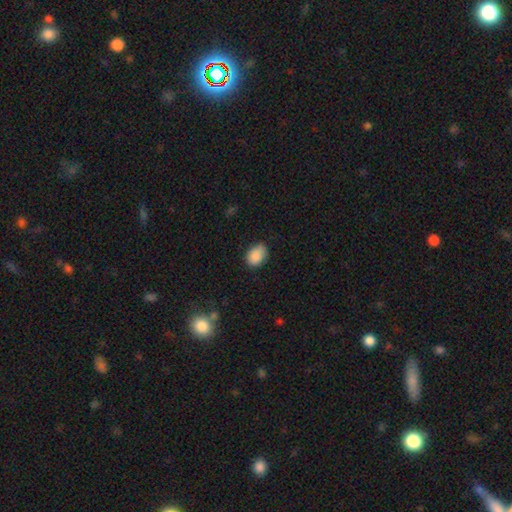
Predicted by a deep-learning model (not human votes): Smooth or featured?
  - smooth: 87% *
  - star or artifact: 8%
  - featured or disk: 5%
How rounded?
  - in between: 74% *
  - round: 25%
  - cigar-shaped: 1%
Merging?
  - none: 72% *
  - minor disturbance: 23%
  - major disturbance: 4%
  - merger: 1%